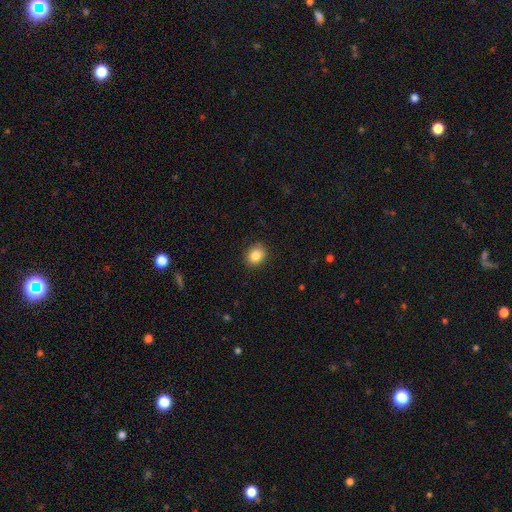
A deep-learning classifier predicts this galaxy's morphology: This appears to be a smooth galaxy with no disk features (85%) that is round (61%). Merging: none (88%).